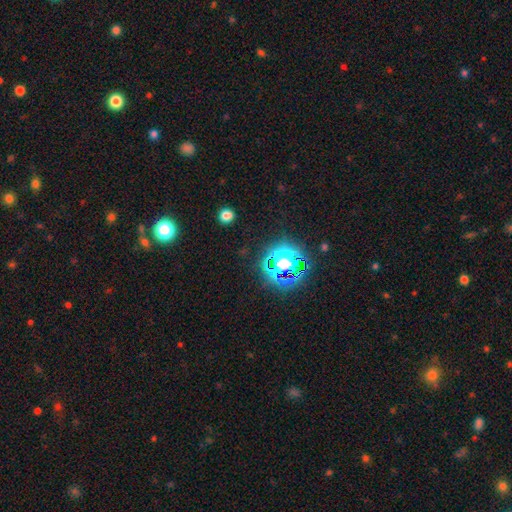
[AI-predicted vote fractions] Morphology: type=star or artifact (79%).